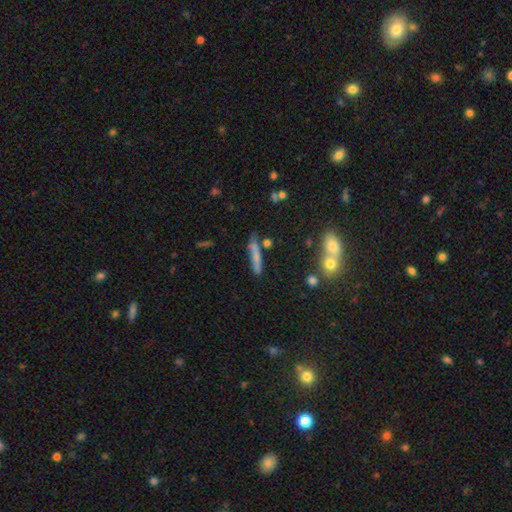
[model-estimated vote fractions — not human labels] smooth-or-featured: smooth: 63% | featured or disk: 27% | star or artifact: 11%
  how-rounded: cigar-shaped: 89% | in between: 8% | round: 3%
  merging: none: 68% | minor disturbance: 18% | merger: 9% | major disturbance: 5%